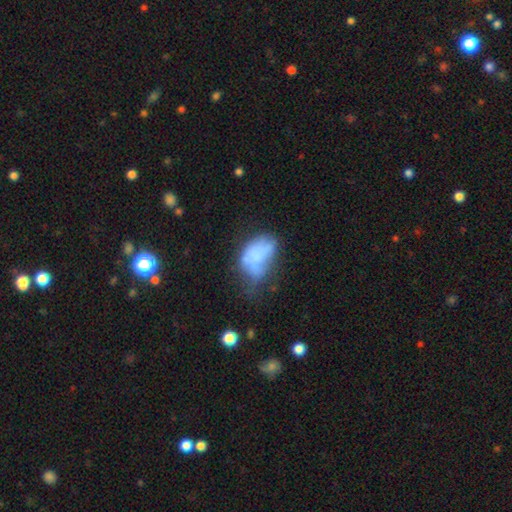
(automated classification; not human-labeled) A smooth galaxy with no disk features (62%) that is in between round and cigar-shaped (88%).

Vote fractions:
- Smooth or featured? smooth: 62% / featured or disk: 28% / star or artifact: 10%
- How rounded? in between: 88% / round: 10% / cigar-shaped: 2%
- Merging? minor disturbance: 35% / major disturbance: 34% / none: 22% / merger: 10%